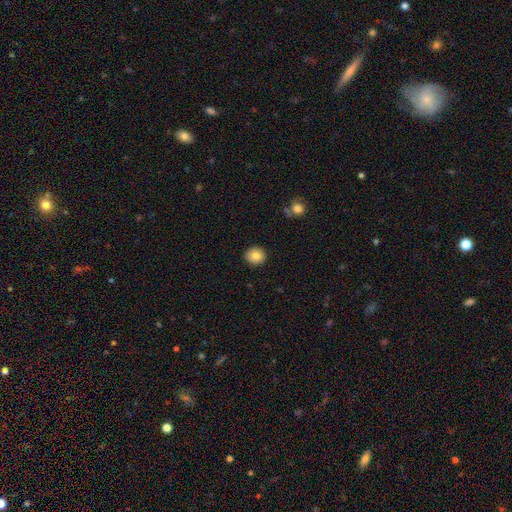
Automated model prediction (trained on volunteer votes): This is clearly a smooth galaxy (84%). How rounded: clearly round (88%). Merging: clearly none (91%).